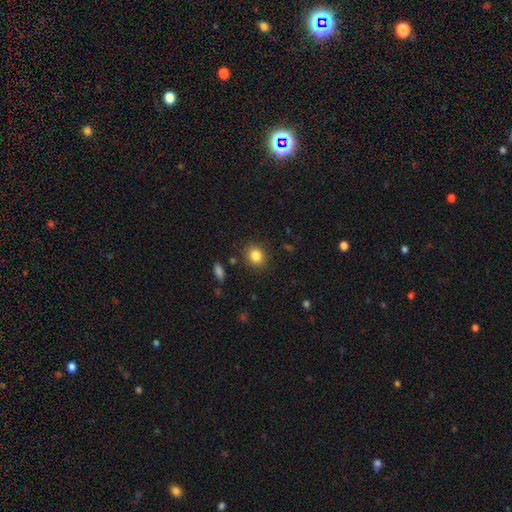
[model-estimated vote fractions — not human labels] Smooth or featured: smooth — 84% (star or artifact — 10%)
How rounded: round — 65% (in between — 34%)
Merging: none — 86% (minor disturbance — 9%)